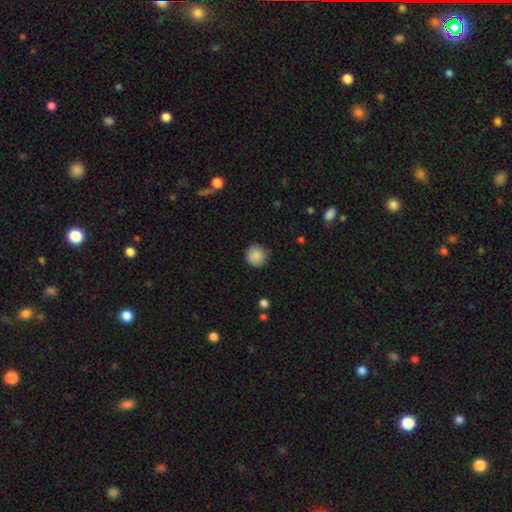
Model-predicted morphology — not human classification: Smooth or featured? smooth (88%)
How rounded? round (93%)
Merging? none (86%)